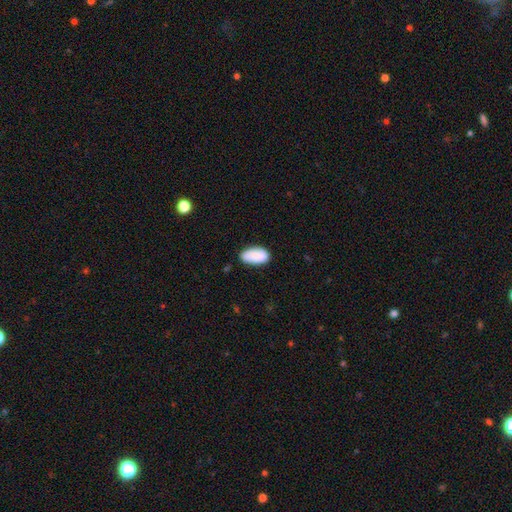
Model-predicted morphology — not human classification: Overall: smooth (84%). How rounded: in between (95%). Merging: none (74%).